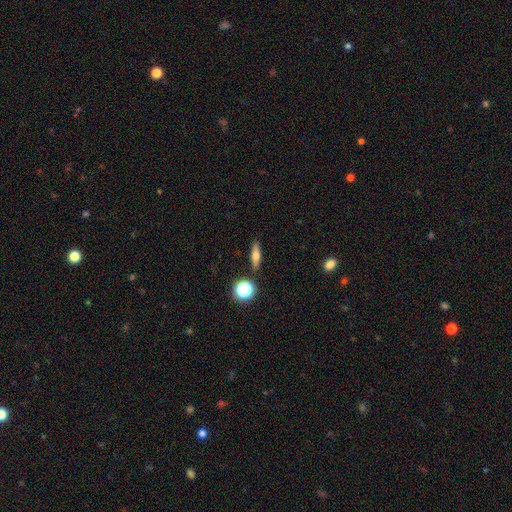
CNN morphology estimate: Overall: smooth (54%; featured or disk 35%). How rounded: cigar-shaped (54%; in between 35%). Merging: none (88%).